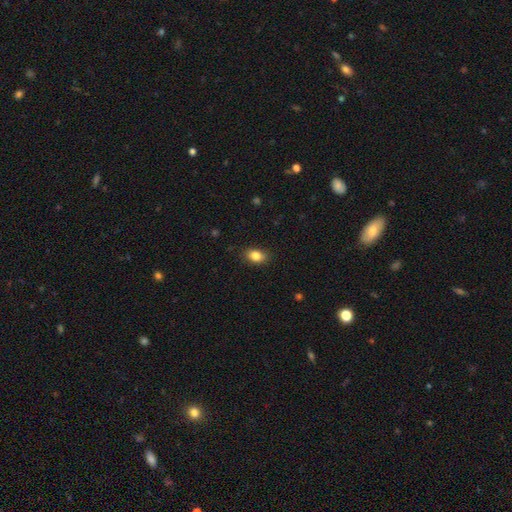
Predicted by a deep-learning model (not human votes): smooth 84%, star or artifact 9%, featured or disk 7%. Down the decision tree: how rounded — in between (81%); merging — none (87%).